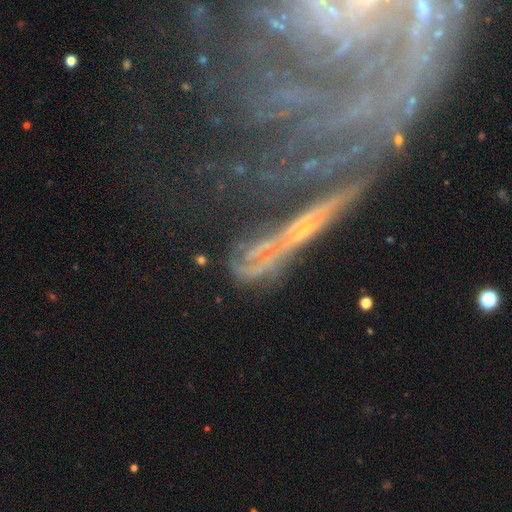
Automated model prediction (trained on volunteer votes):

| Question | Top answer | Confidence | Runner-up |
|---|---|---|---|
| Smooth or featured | featured or disk | 64% | star or artifact (21%) |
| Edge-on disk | no | 53% | yes (47%) |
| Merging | none | 62% | minor disturbance (17%) |